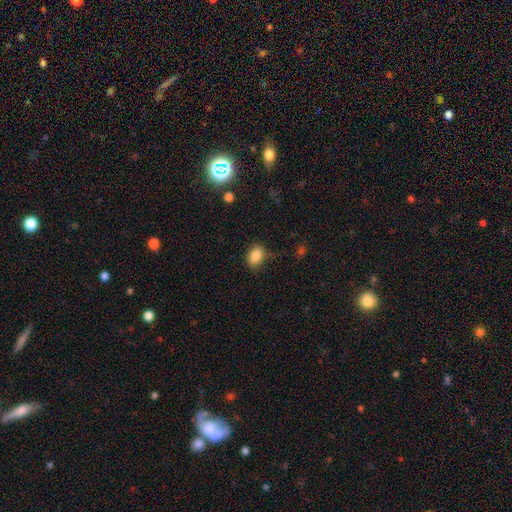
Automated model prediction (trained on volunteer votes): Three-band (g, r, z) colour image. It shows a smooth galaxy with no disk features (85%) that is in between round and cigar-shaped (81%). Merging: none (73%).